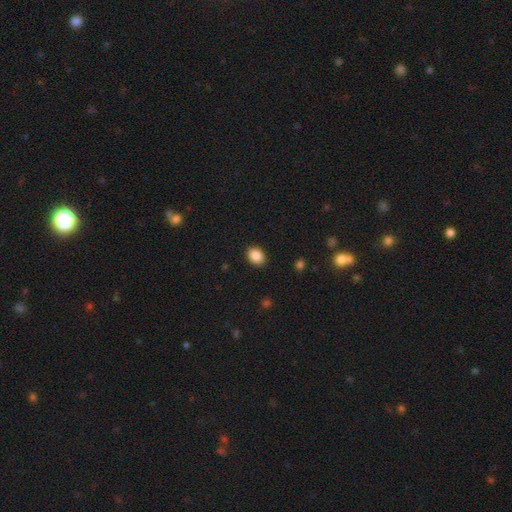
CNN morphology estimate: Smooth or featured?
  - smooth: 88% *
  - star or artifact: 8%
  - featured or disk: 4%
How rounded?
  - in between: 63% *
  - round: 36%
  - cigar-shaped: 1%
Merging?
  - none: 90% *
  - minor disturbance: 7%
  - major disturbance: 2%
  - merger: 1%